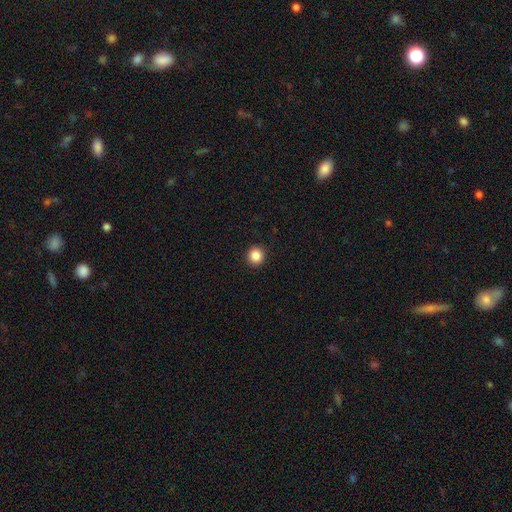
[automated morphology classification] smooth-or-featured: smooth: 87% | star or artifact: 10% | featured or disk: 3%
  how-rounded: round: 92% | in between: 7% | cigar-shaped: 1%
  merging: none: 93% | minor disturbance: 5% | major disturbance: 2% | merger: 1%